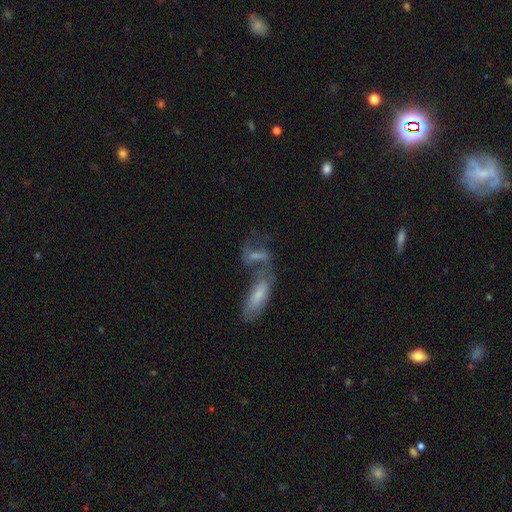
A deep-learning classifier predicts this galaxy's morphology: Smooth or featured: featured or disk — 48% (smooth — 40%)
Merging: merger — 57% (none — 24%)